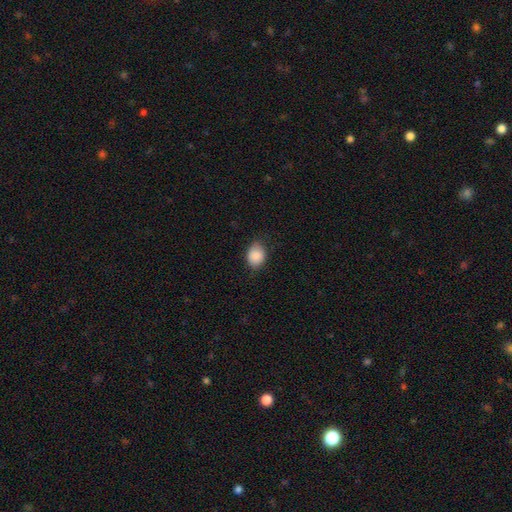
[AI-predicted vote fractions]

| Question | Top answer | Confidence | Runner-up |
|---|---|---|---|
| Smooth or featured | smooth | 88% | star or artifact (8%) |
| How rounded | in between | 58% | round (41%) |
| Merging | none | 74% | minor disturbance (21%) |